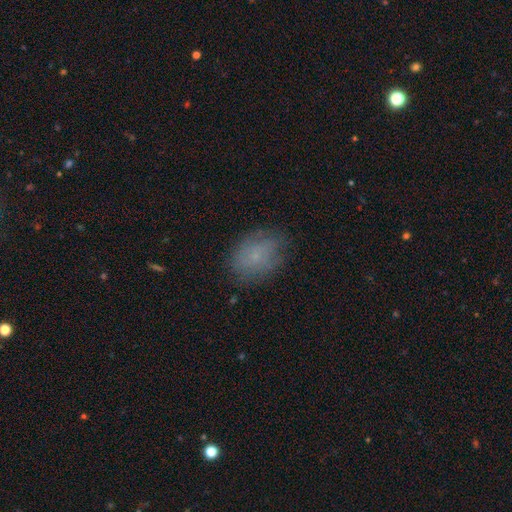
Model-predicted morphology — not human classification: smooth 67%, featured or disk 21%, star or artifact 12%. Down the decision tree: how rounded — in between (67%); merging — none (73%).